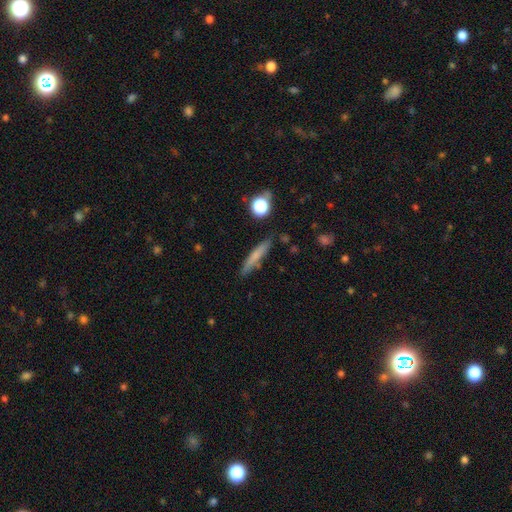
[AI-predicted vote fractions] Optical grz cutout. It shows a smooth galaxy with no disk features (68%) that is cigar-shaped (90%). Merging: none (80%).